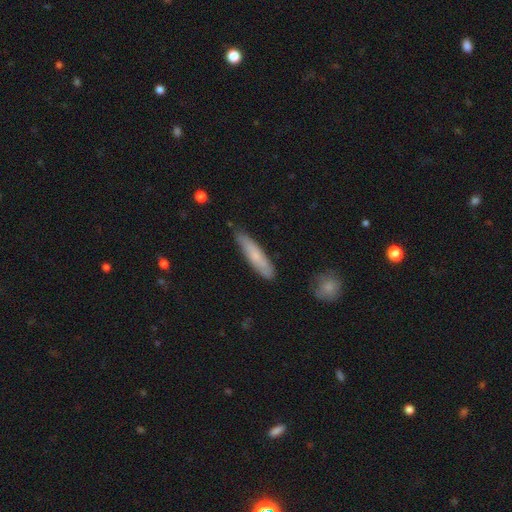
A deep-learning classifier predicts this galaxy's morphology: type=smooth (71%); roundness=cigar-shaped (84%); merging=none (76%).